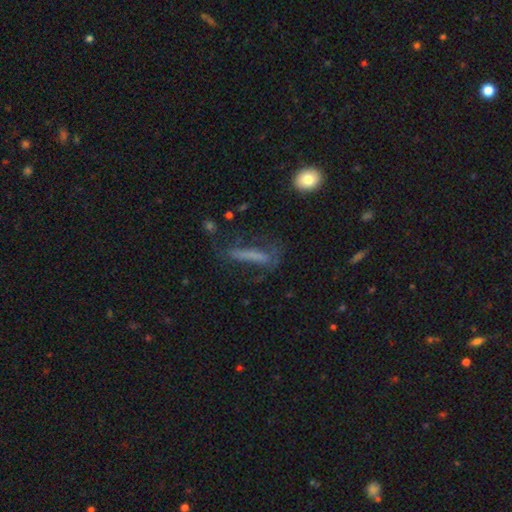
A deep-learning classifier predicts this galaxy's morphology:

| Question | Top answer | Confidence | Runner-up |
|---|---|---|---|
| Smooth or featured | smooth | 53% | featured or disk (34%) |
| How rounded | cigar-shaped | 82% | in between (14%) |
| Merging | none | 45% | major disturbance (28%) |